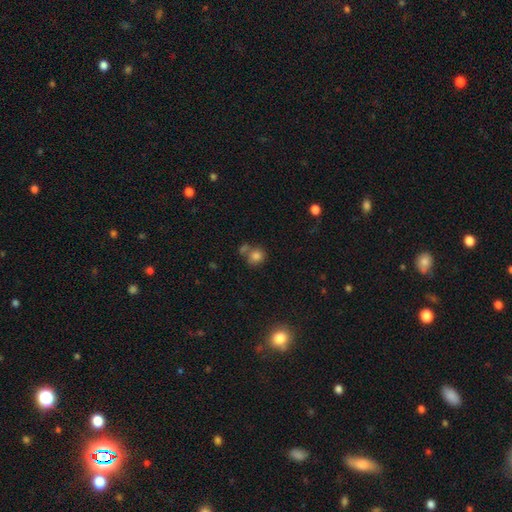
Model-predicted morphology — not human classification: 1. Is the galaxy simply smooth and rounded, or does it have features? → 80% smooth, 12% star or artifact, 8% featured or disk.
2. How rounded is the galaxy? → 82% round, 17% in between, 1% cigar-shaped.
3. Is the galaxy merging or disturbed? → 52% none, 31% merger, 12% minor disturbance, 5% major disturbance.